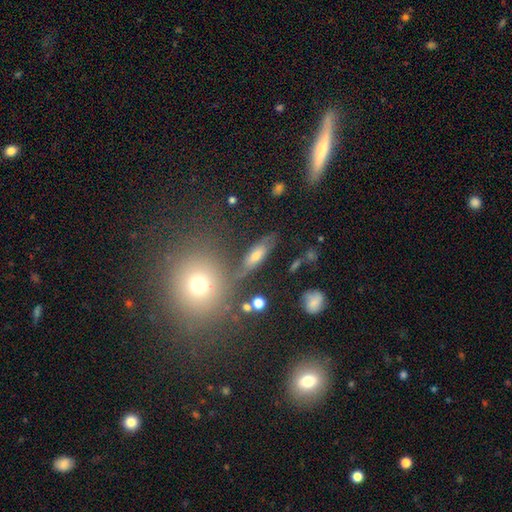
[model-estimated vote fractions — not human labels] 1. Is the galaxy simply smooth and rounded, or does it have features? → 48% smooth, 35% featured or disk, 17% star or artifact.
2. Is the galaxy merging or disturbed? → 70% none, 15% minor disturbance, 8% merger, 7% major disturbance.